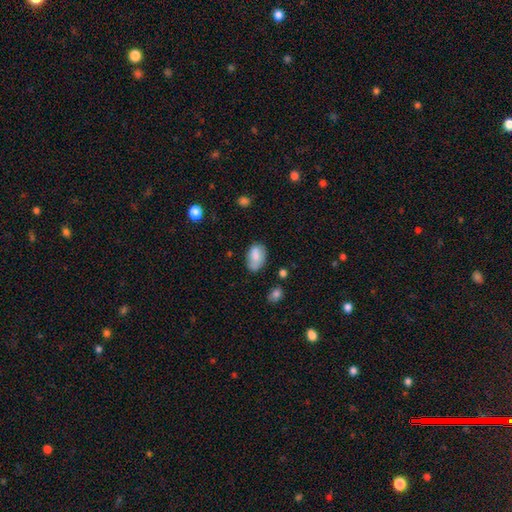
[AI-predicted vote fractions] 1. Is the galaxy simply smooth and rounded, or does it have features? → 79% smooth, 13% featured or disk, 8% star or artifact.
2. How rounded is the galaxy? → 91% in between, 8% round, 1% cigar-shaped.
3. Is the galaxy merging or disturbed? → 62% none, 27% minor disturbance, 7% major disturbance, 4% merger.